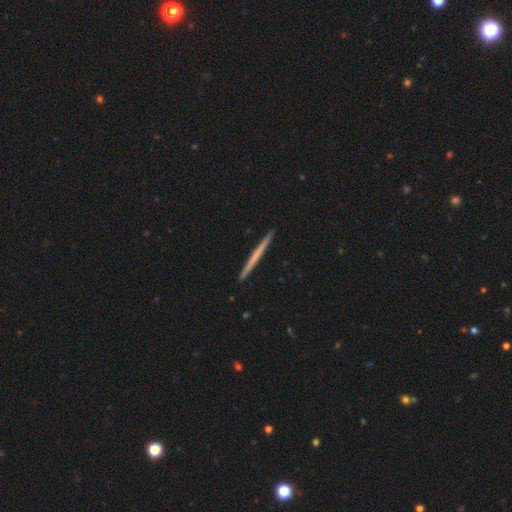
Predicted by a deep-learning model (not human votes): The model was most divided on "smooth or featured": featured or disk: 49%, smooth: 47%, star or artifact: 5%. More confident: merging — none (93%).